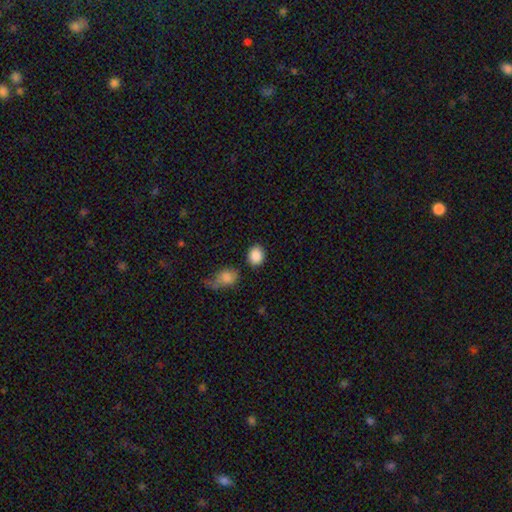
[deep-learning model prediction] Smooth or featured: smooth — 88% (star or artifact — 8%)
How rounded: round — 56% (in between — 43%)
Merging: none — 80% (minor disturbance — 11%)